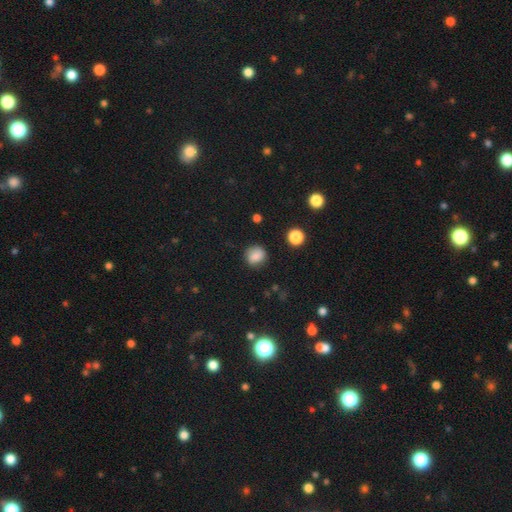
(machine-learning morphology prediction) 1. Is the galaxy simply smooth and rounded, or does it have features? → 80% smooth, 11% star or artifact, 8% featured or disk.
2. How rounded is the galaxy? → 81% round, 18% in between, 1% cigar-shaped.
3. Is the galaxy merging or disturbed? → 80% none, 14% minor disturbance, 4% major disturbance, 2% merger.